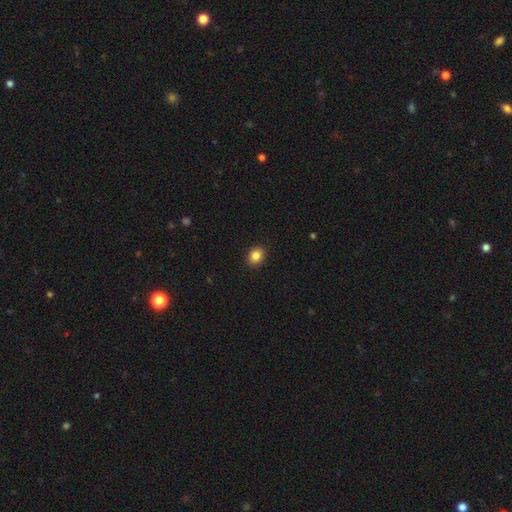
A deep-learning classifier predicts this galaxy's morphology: A smooth galaxy with no disk features (86%) that is round (53%).

Vote fractions:
- Smooth or featured? smooth: 86% / star or artifact: 9% / featured or disk: 5%
- How rounded? round: 53% / in between: 46% / cigar-shaped: 1%
- Merging? none: 91% / minor disturbance: 6% / major disturbance: 2% / merger: 1%